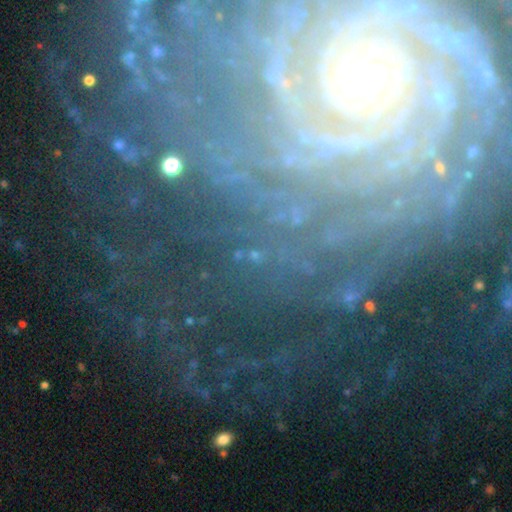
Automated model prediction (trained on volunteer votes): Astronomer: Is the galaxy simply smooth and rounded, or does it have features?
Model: featured or disk — 56%.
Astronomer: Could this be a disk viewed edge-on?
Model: no — 93%.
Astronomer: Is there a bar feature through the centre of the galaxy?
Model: no — 50% (runner-up: weak, 27%).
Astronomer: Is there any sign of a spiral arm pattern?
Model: yes — 89%.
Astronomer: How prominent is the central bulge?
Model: small — 58%.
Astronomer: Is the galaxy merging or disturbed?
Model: none — 72%.